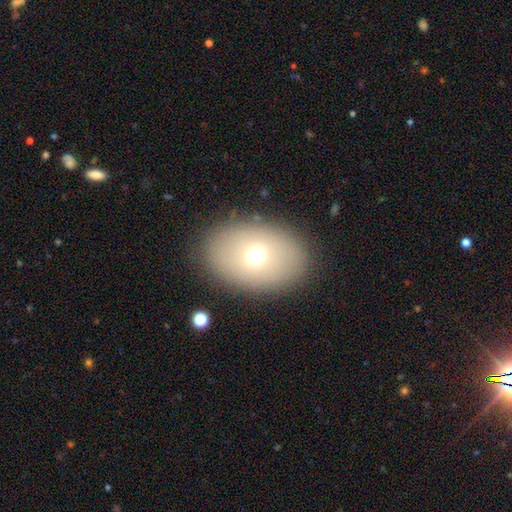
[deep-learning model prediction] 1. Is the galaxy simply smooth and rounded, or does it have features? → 68% smooth, 20% featured or disk, 12% star or artifact.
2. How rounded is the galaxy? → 77% in between, 21% round, 1% cigar-shaped.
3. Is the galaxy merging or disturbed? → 86% none, 8% minor disturbance, 4% major disturbance, 1% merger.